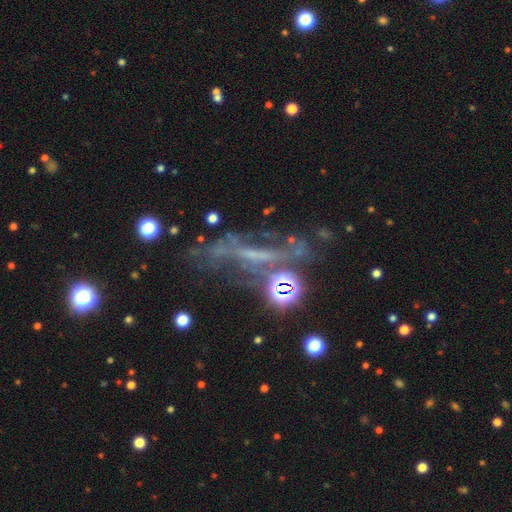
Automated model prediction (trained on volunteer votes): smooth_or_featured: featured or disk (p=0.52) [alt: star or artifact p=0.29]
disk_edge_on: no (p=0.65) [alt: yes p=0.35]
merging: none (p=0.42) [alt: major disturbance p=0.29]